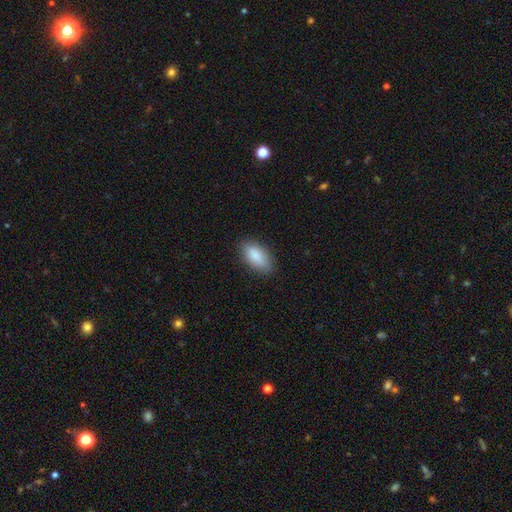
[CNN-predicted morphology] Overall: smooth (88%). How rounded: in between (89%). Merging: none (84%).